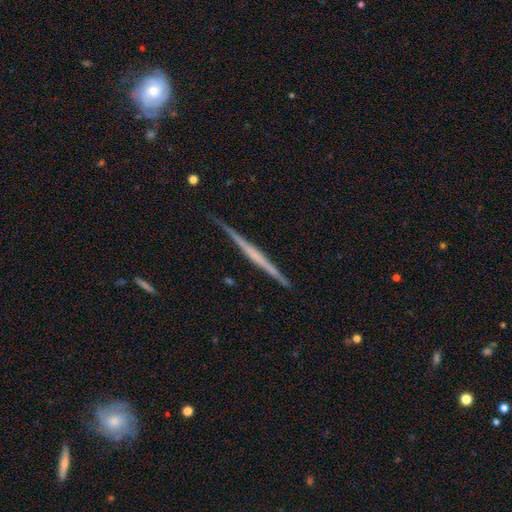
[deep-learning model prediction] Smooth or featured? Predicted: featured or disk (p=0.70). Edge-on disk? Predicted: yes (p=0.98). Edge-on bulge? Predicted: none (p=0.77). Merging? Predicted: none (p=0.87).